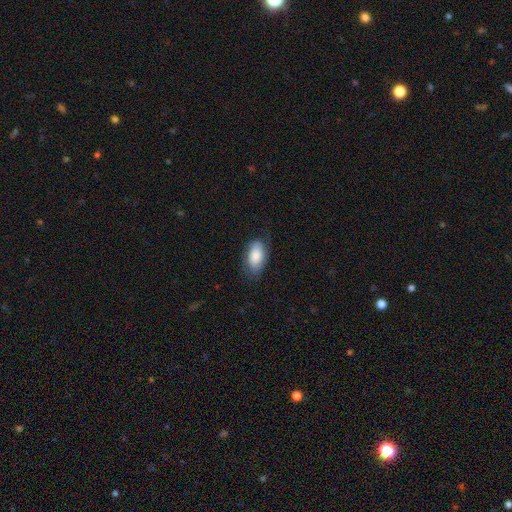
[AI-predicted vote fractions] This is clearly a smooth galaxy (82%). How rounded: clearly in between (93%). Merging: likely none (69%).